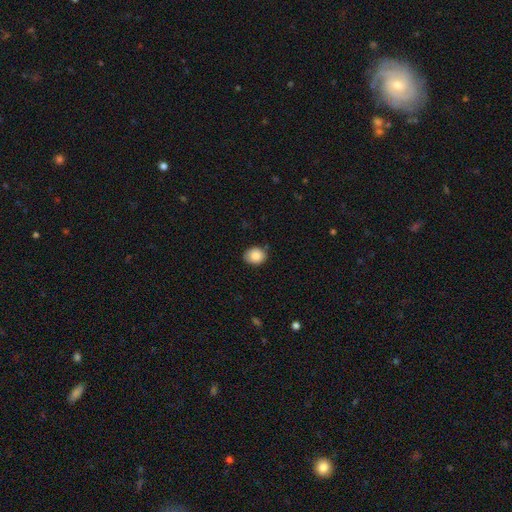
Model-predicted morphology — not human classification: smooth_or_featured: smooth (p=0.86) [alt: star or artifact p=0.08]
how_rounded: round (p=0.56) [alt: in between p=0.43]
merging: none (p=0.81) [alt: minor disturbance p=0.15]